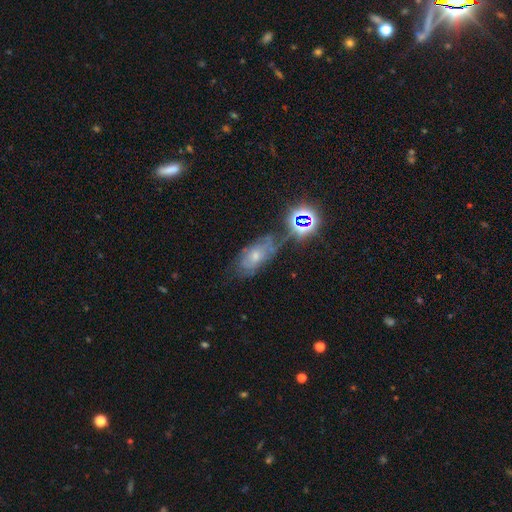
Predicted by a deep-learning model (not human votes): Overall: featured or disk (44%; smooth 30%). Merging: none (48%; minor disturbance 27%).